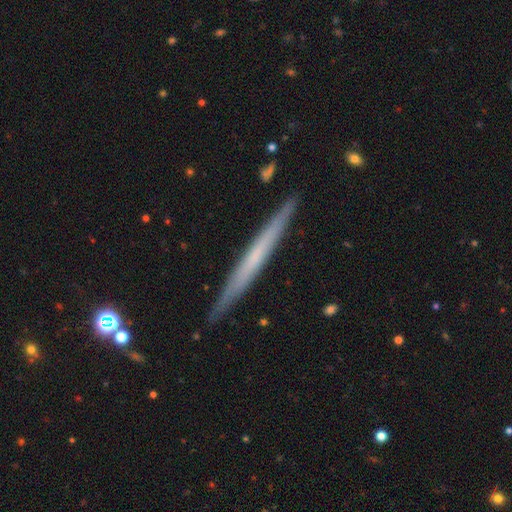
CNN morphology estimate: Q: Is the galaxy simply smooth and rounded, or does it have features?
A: featured or disk — 54%.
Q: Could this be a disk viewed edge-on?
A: yes — 96%.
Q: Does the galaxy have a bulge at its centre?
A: none — 87%.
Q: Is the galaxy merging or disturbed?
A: none — 90%.